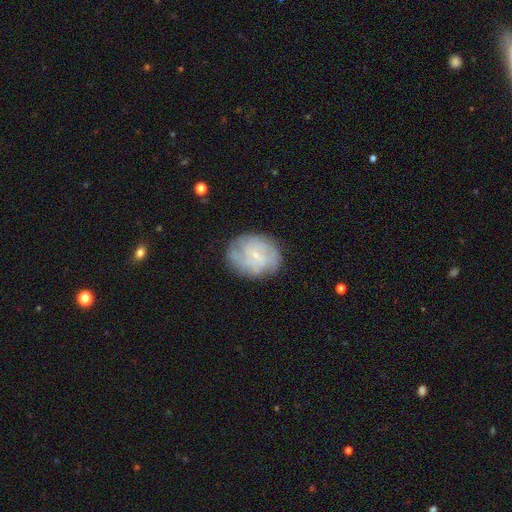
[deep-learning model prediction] smooth_or_featured: featured or disk (p=0.63) [alt: smooth p=0.29]
disk_edge_on: no (p=0.97) [alt: yes p=0.03]
bar: no (p=0.62) [alt: weak p=0.33]
has_spiral_arms: yes (p=0.78) [alt: no p=0.22]
bulge_size: small (p=0.81) [alt: moderate p=0.12]
merging: none (p=0.74) [alt: minor disturbance p=0.18]